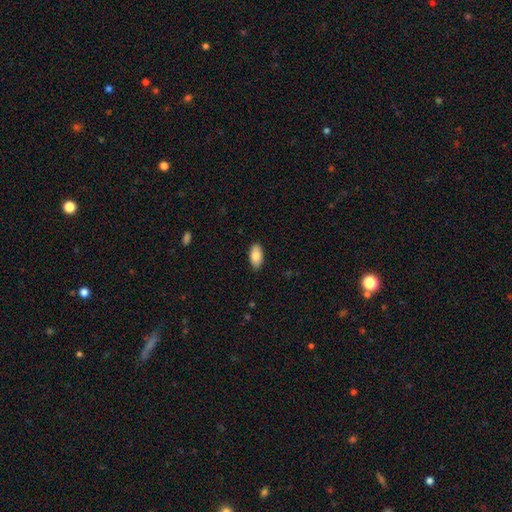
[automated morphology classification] smooth 81%, featured or disk 12%, star or artifact 6%. Down the decision tree: how rounded — in between (94%); merging — none (88%).